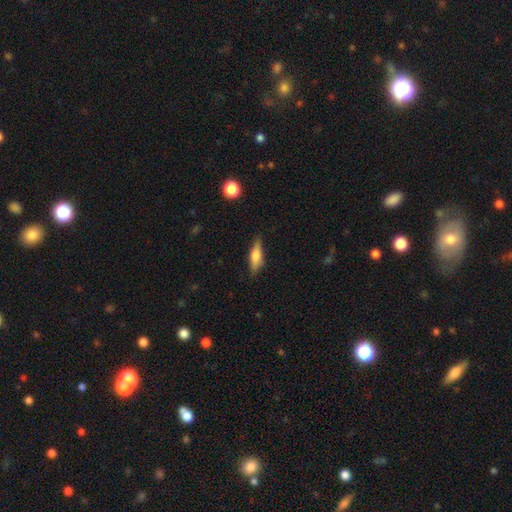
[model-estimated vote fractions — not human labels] Smooth or featured? smooth (67%)
How rounded? cigar-shaped (49%)
Merging? none (79%)